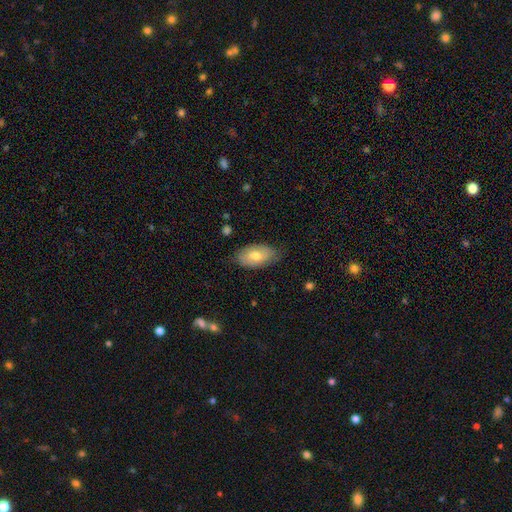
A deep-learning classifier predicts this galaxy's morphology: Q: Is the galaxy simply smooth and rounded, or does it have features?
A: smooth — 69%.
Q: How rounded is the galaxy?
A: in between — 94%.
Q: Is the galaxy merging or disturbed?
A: none — 77%.